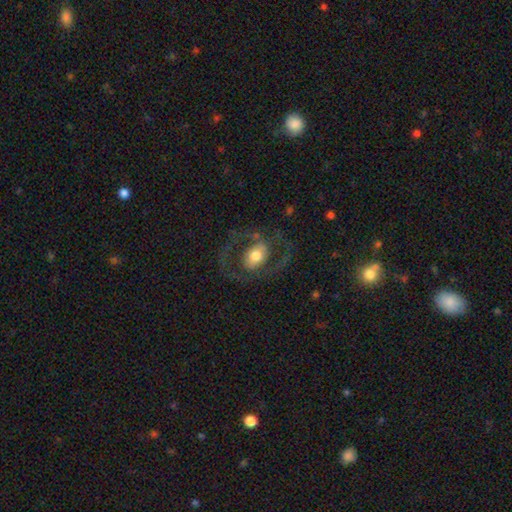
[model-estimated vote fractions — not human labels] smooth-or-featured: featured or disk: 60% | smooth: 34% | star or artifact: 6%
  disk-edge-on: no: 95% | yes: 5%
    bar: no: 62% | weak: 26% | strong: 12%
    has-spiral-arms: yes: 51% | no: 49%
    bulge-size: moderate: 61% | large: 26% | small: 9% | dominant: 3% | none: 1%
  merging: none: 65% | major disturbance: 19% | minor disturbance: 14% | merger: 2%